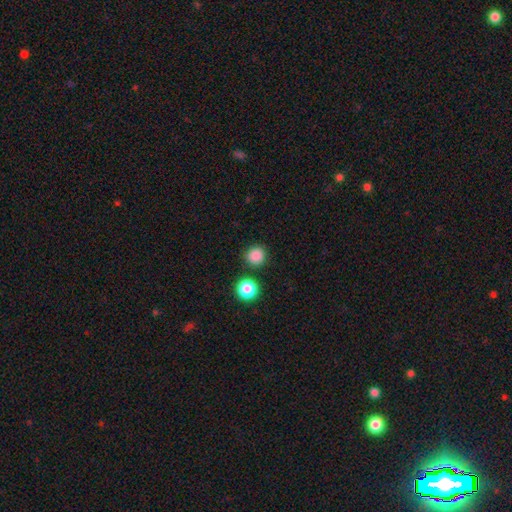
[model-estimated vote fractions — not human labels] A smooth galaxy with no disk features (85%) that is round (94%). Merging: none (86%).